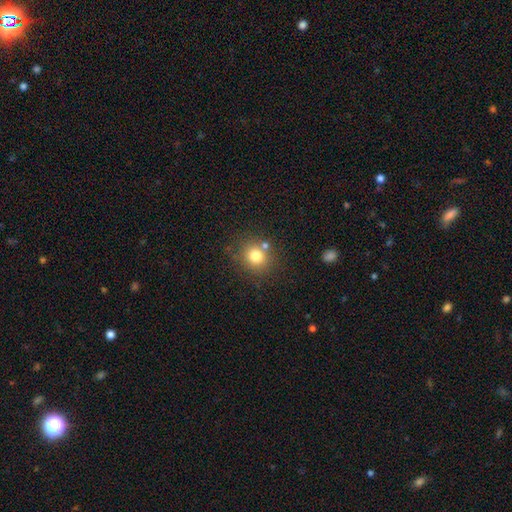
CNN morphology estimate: A smooth galaxy with no disk features (77%) that is round (85%). Merging: none (75%).